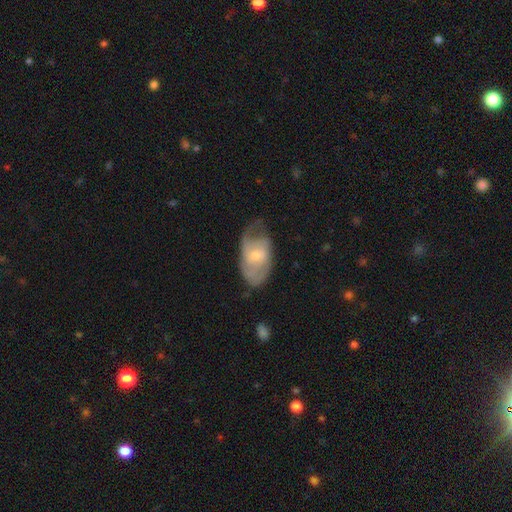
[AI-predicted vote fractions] This is likely a featured or disk galaxy (64%). It is clearly not viewed edge-on (95%). Bar: possibly no (57%). Spiral arm pattern: clearly yes (81%). Central bulge: possibly small (52%). Merging: possibly none (47%).